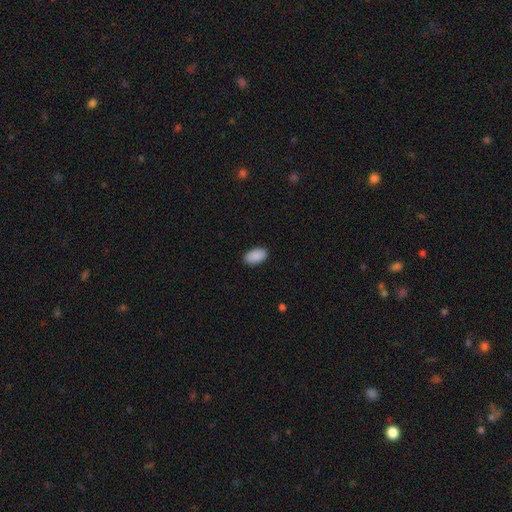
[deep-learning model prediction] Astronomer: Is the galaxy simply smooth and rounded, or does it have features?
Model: smooth — 91%.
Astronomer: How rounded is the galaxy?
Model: in between — 94%.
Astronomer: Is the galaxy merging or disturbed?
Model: none — 89%.